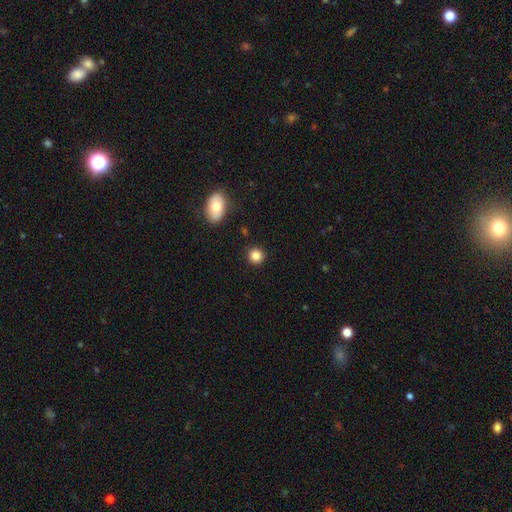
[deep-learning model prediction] Smooth or featured? smooth (84%)
How rounded? round (92%)
Merging? none (91%)